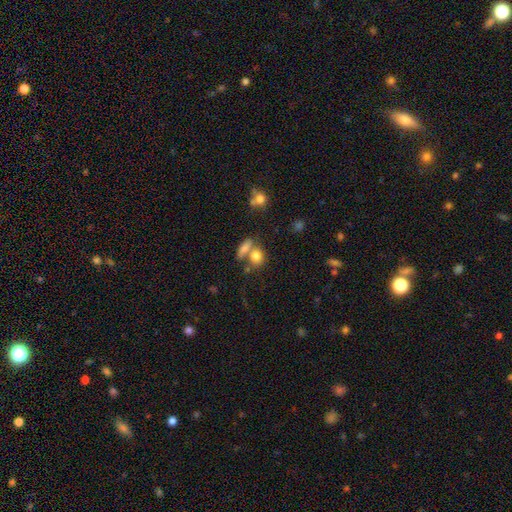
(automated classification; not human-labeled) Morphology: type=smooth (80%); roundness=round (56%); merging=none (46%).